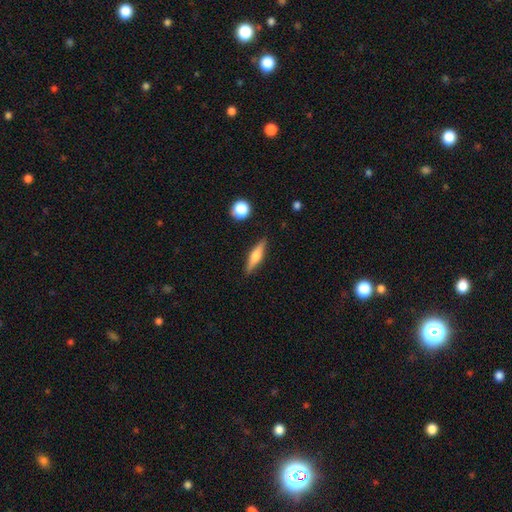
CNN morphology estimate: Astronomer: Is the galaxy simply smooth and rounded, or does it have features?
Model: featured or disk — 53% (runner-up: smooth, 40%).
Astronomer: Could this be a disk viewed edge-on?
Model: yes — 96%.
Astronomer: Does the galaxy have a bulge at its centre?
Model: rounded — 88%.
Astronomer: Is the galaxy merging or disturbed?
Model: none — 88%.